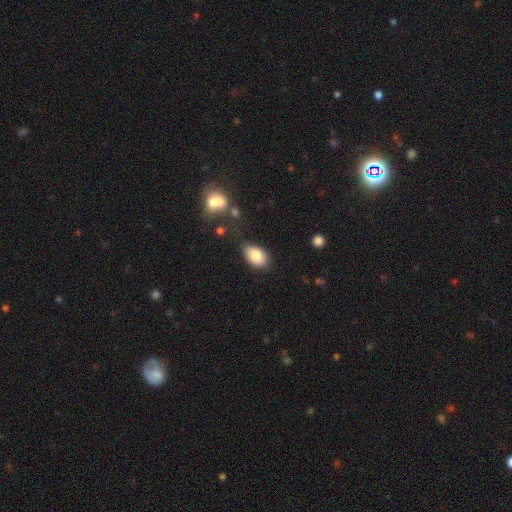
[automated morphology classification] A smooth galaxy with no disk features (84%) that is in between round and cigar-shaped (90%).

Vote fractions:
- Smooth or featured? smooth: 84% / featured or disk: 8% / star or artifact: 8%
- How rounded? in between: 90% / round: 8% / cigar-shaped: 1%
- Merging? none: 74% / minor disturbance: 18% / major disturbance: 4% / merger: 4%